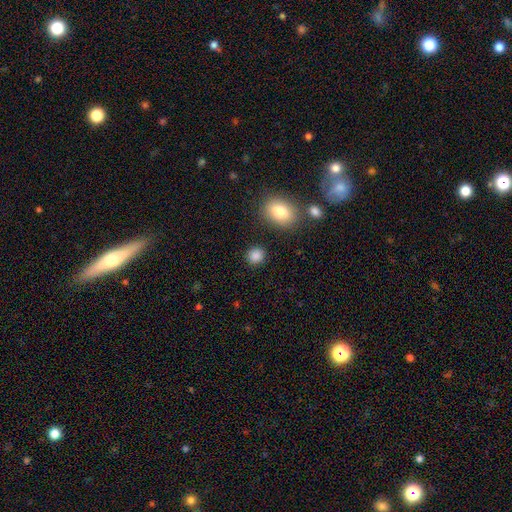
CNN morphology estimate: Smooth or featured: smooth — 87% (star or artifact — 10%)
How rounded: round — 83% (in between — 16%)
Merging: none — 88% (minor disturbance — 7%)